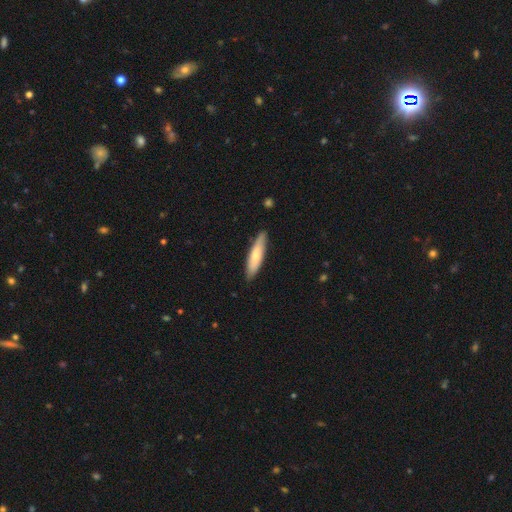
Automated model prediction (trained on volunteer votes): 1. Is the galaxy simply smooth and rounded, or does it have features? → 69% smooth, 26% featured or disk, 5% star or artifact.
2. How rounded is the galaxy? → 74% cigar-shaped, 24% in between, 1% round.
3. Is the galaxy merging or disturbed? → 86% none, 11% minor disturbance, 2% major disturbance, 1% merger.